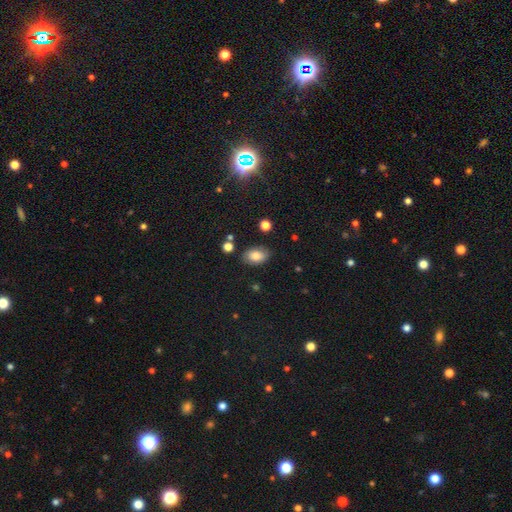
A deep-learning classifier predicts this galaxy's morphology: Smooth or featured: smooth — 79% (featured or disk — 12%)
How rounded: in between — 86% (round — 13%)
Merging: none — 80% (minor disturbance — 14%)